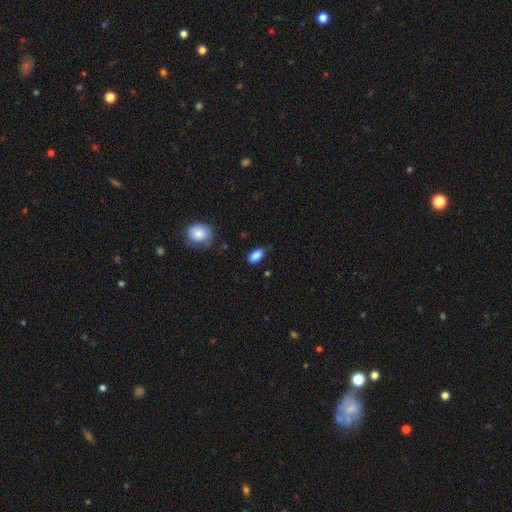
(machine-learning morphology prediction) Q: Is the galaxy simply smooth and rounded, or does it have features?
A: smooth — 87%.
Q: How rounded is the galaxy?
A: in between — 89%.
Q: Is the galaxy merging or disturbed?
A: none — 70%.